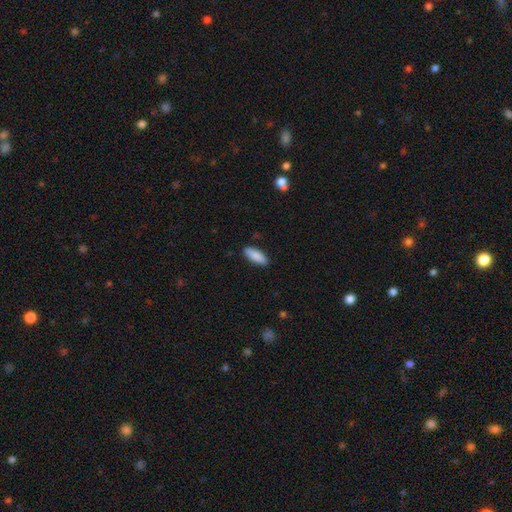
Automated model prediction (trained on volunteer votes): This is clearly a smooth galaxy (87%). How rounded: likely in between (62%). Merging: clearly none (89%).